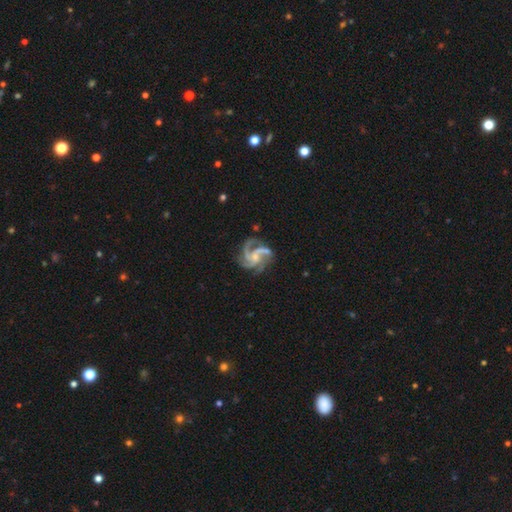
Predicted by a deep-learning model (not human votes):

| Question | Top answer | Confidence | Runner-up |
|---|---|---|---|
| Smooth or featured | featured or disk | 92% | star or artifact (4%) |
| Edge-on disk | no | 98% | yes (2%) |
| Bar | no | 62% | weak (29%) |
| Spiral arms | yes | 99% | no (1%) |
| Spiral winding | medium | 56% | tight (32%) |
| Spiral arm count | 3 | 53% | 4 (29%) |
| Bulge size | small | 57% | moderate (29%) |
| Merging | none | 72% | minor disturbance (16%) |